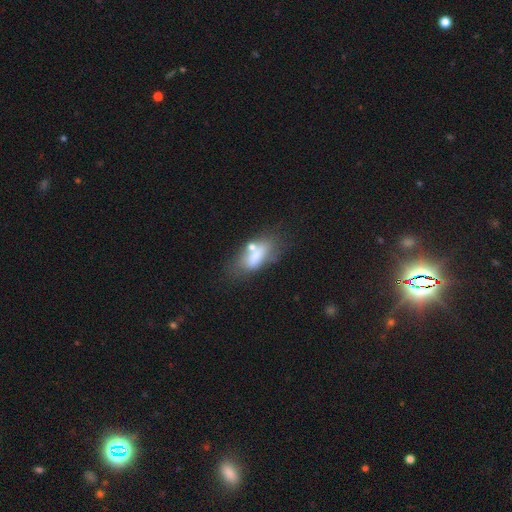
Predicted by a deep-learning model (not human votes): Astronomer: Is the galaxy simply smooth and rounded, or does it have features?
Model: smooth — 61%.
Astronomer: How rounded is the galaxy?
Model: in between — 84%.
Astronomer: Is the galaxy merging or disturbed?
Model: none — 38% (runner-up: merger, 27%).